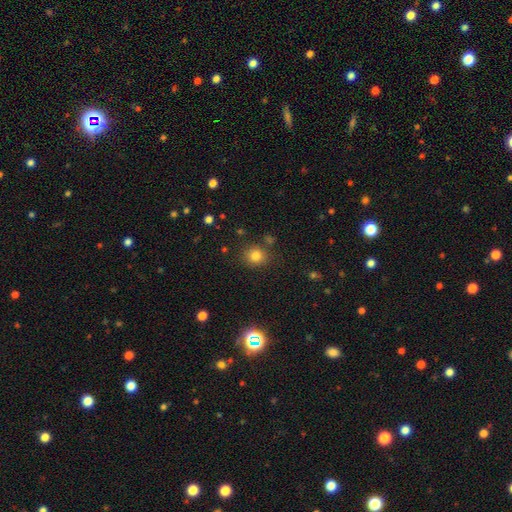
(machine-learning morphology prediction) A smooth galaxy with no disk features (80%) that is round (81%).

Vote fractions:
- Smooth or featured? smooth: 80% / star or artifact: 13% / featured or disk: 6%
- How rounded? round: 81% / in between: 18% / cigar-shaped: 1%
- Merging? none: 81% / minor disturbance: 10% / merger: 5% / major disturbance: 3%